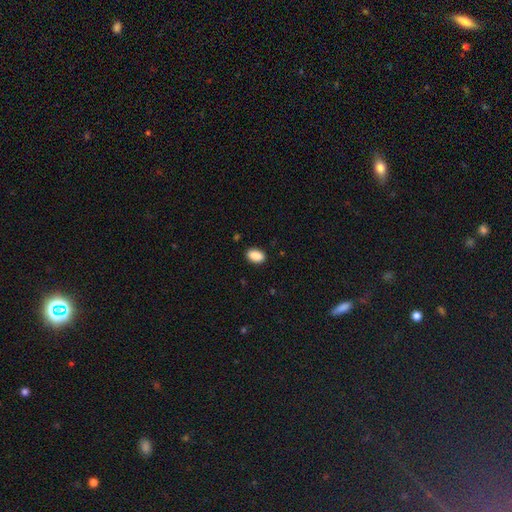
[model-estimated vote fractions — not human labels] smooth_or_featured: smooth (p=0.89) [alt: star or artifact p=0.08]
how_rounded: in between (p=0.89) [alt: round p=0.09]
merging: none (p=0.88) [alt: minor disturbance p=0.09]